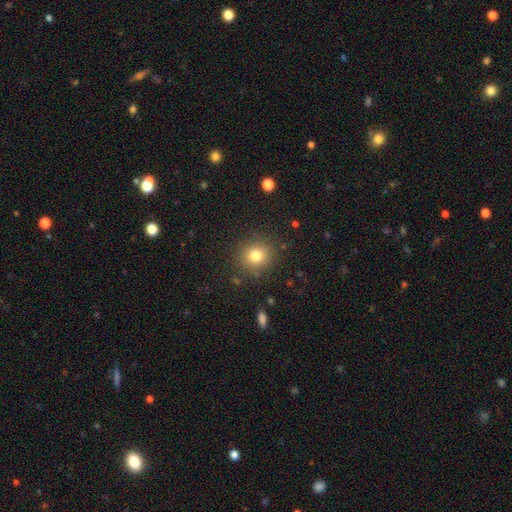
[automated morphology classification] type=smooth (79%); roundness=round (84%); merging=none (87%).